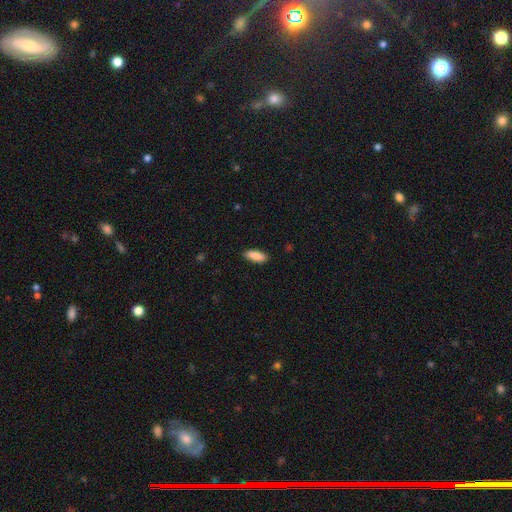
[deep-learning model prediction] smooth 89%, star or artifact 6%, featured or disk 5%. Down the decision tree: how rounded — in between (76%); merging — none (88%).